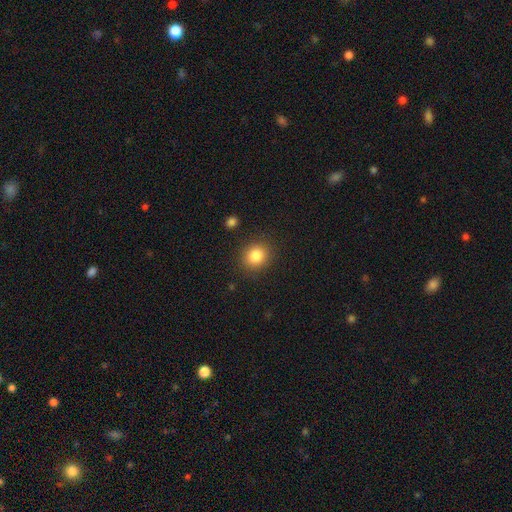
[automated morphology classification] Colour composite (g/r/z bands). It shows a smooth galaxy with no disk features (84%) that is round (75%). Merging: none (87%).